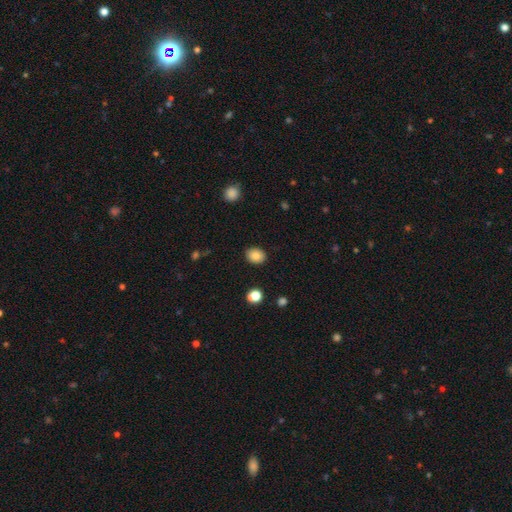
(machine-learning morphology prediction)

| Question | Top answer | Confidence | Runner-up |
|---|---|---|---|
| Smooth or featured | smooth | 84% | star or artifact (9%) |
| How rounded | in between | 51% | round (48%) |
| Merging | none | 89% | minor disturbance (8%) |